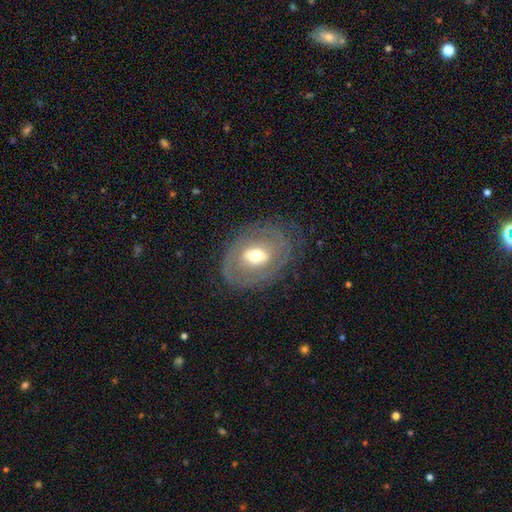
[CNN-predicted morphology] Overall: featured or disk (65%; smooth 27%). Edge-on disk: no (92%). Bar: weak (41%; no 32%). Spiral arms: yes (52%; no 48%). Bulge size: moderate (69%). Merging: none (71%).